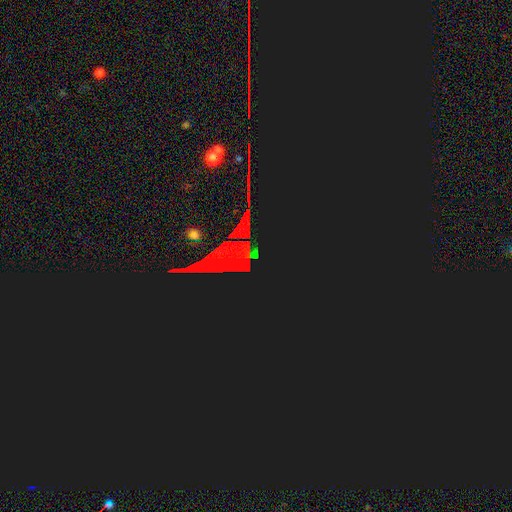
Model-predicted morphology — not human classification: Smooth or featured?
  - star or artifact: 84% *
  - featured or disk: 8%
  - smooth: 8%